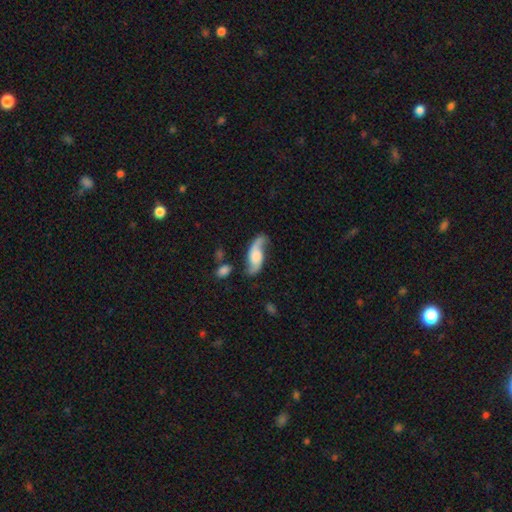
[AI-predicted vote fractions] smooth-or-featured: featured or disk: 73% | smooth: 21% | star or artifact: 6%
  disk-edge-on: no: 91% | yes: 9%
    bar: no: 59% | weak: 32% | strong: 9%
    has-spiral-arms: yes: 94% | no: 6%
      spiral-winding: loose: 72% | medium: 22% | tight: 6%
      spiral-arm-count: 2: 88% | 1: 6% | can't tell: 3% | 3: 1% | 4: 1% | more than 4: 1%
    bulge-size: large: 27% (tied) | moderate: 27% (tied) | none: 22% | small: 19% | dominant: 5%
  merging: none: 63% | minor disturbance: 21% | major disturbance: 10% | merger: 6%